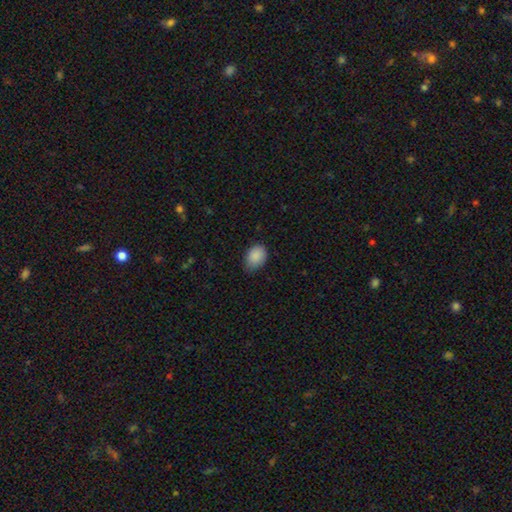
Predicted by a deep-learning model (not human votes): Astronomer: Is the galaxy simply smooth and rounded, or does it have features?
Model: smooth — 88%.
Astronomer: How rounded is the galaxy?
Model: in between — 72%.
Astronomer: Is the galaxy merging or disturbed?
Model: none — 66%.